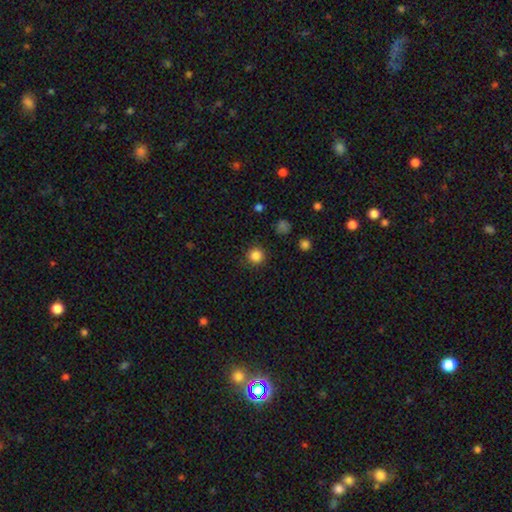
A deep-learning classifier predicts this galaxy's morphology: Smooth or featured? Predicted: smooth (p=0.85). How rounded? Predicted: round (p=0.95). Merging? Predicted: none (p=0.90).